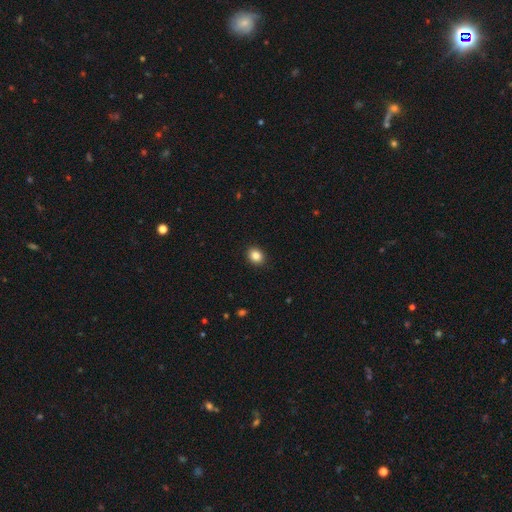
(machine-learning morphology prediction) A smooth galaxy with no disk features (86%) that is round (58%). Merging: none (91%).